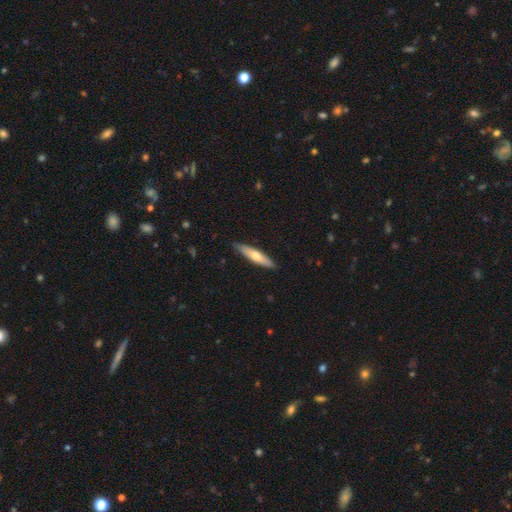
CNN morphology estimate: Smooth or featured?
  - smooth: 55% *
  - featured or disk: 40%
  - star or artifact: 5%
How rounded?
  - cigar-shaped: 83% *
  - in between: 15%
  - round: 2%
Merging?
  - none: 89% *
  - minor disturbance: 9%
  - major disturbance: 2%
  - merger: 1%